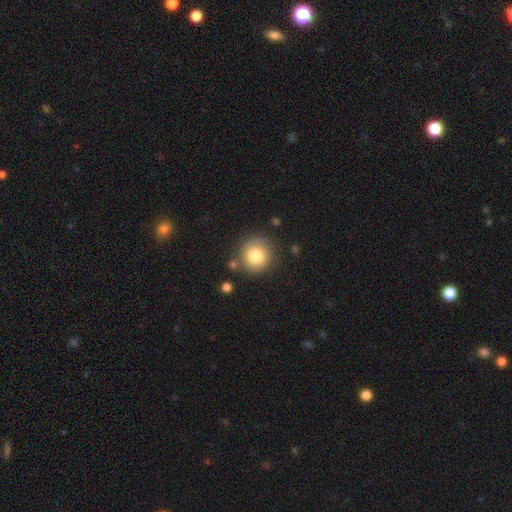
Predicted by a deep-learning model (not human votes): A smooth galaxy with no disk features (81%) that is round (93%). Merging: none (79%).